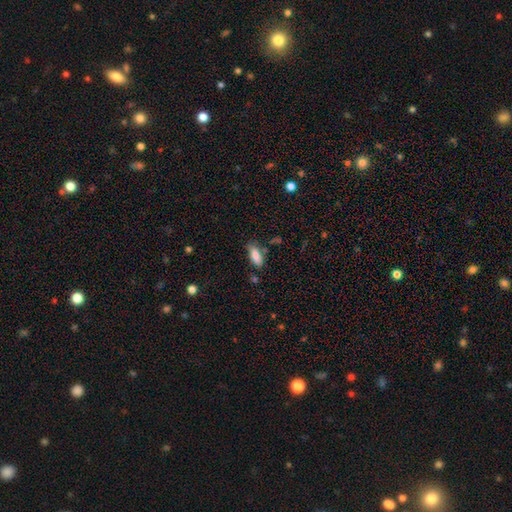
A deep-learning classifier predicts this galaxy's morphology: smooth_or_featured: smooth (p=0.82) [alt: featured or disk p=0.11]
how_rounded: in between (p=0.76) [alt: cigar-shaped p=0.22]
merging: none (p=0.67) [alt: minor disturbance p=0.21]